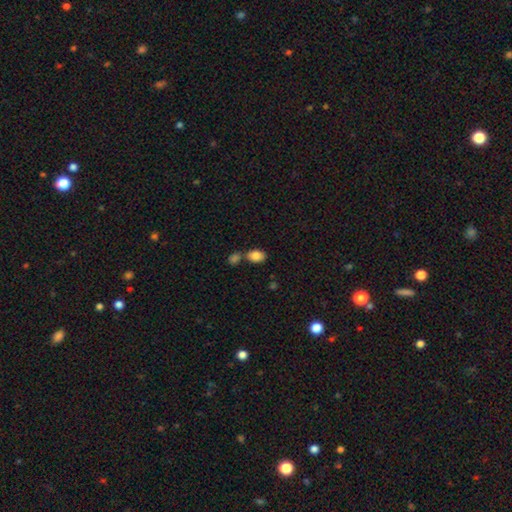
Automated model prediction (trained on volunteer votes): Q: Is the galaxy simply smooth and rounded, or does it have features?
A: smooth — 86%.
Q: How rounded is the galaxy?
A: in between — 80%.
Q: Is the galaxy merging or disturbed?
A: none — 54%.